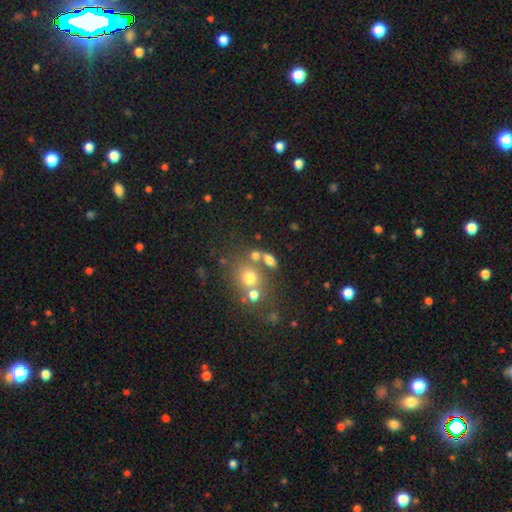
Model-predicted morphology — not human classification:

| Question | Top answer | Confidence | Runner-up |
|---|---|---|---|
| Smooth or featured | smooth | 67% | star or artifact (17%) |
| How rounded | round | 49% | in between (47%) |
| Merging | none | 54% | merger (28%) |